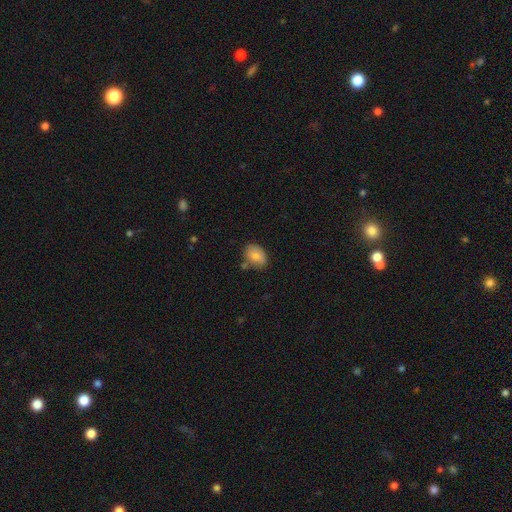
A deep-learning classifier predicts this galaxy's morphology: smooth 81%, featured or disk 12%, star or artifact 8%. Down the decision tree: how rounded — in between (77%); merging — none (69%).